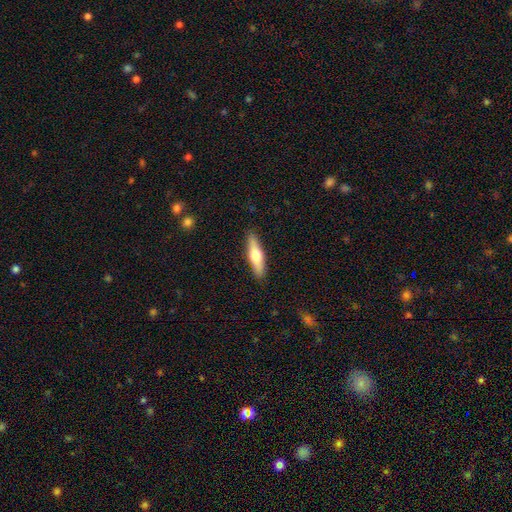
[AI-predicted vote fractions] This appears to be a smooth galaxy with no disk features (57%) that is cigar-shaped (71%). Merging: none (89%).